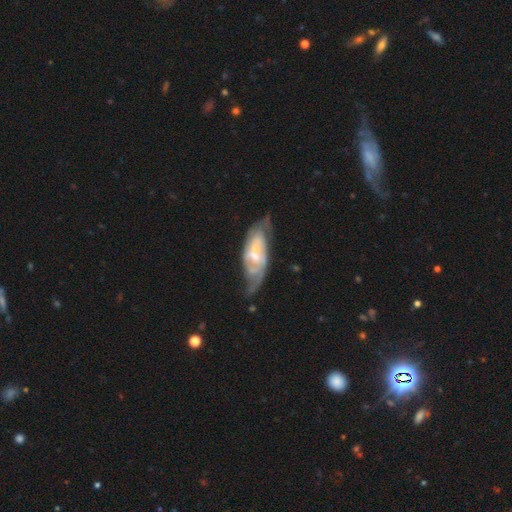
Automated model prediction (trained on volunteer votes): Q: Smooth or featured?
A: featured or disk (77%); runner-up: smooth (17%)
Q: Edge-on disk?
A: no (89%); runner-up: yes (11%)
Q: Bar?
A: weak (47%); runner-up: no (37%)
Q: Spiral arms?
A: yes (87%); runner-up: no (13%)
Q: Spiral winding?
A: tight (43%); runner-up: medium (40%)
Q: Spiral arm count?
A: 2 (50%); runner-up: can't tell (34%)
Q: Bulge size?
A: small (44%); tied with: moderate (44%)
Q: Merging?
A: none (51%); runner-up: minor disturbance (28%)